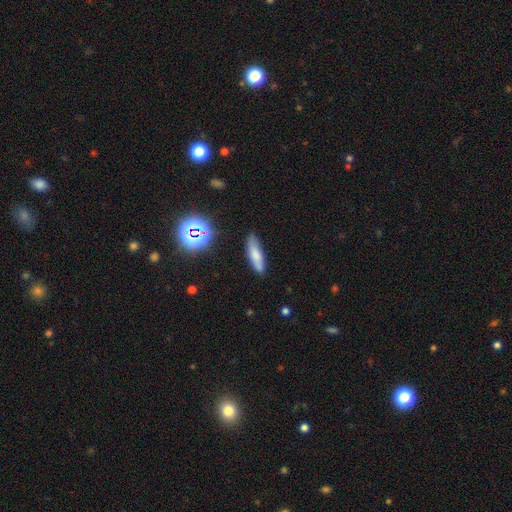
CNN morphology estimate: smooth_or_featured: smooth (p=0.72) [alt: featured or disk p=0.18]
how_rounded: cigar-shaped (p=0.59) [alt: in between p=0.39]
merging: none (p=0.78) [alt: minor disturbance p=0.16]